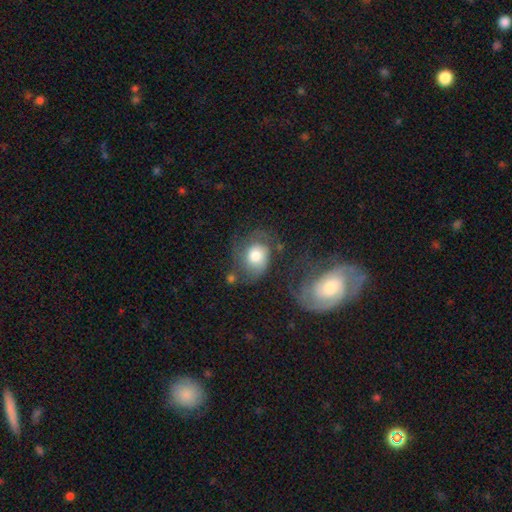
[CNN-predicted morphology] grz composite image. It shows a smooth galaxy with no disk features (46%). Merging: none (43%).